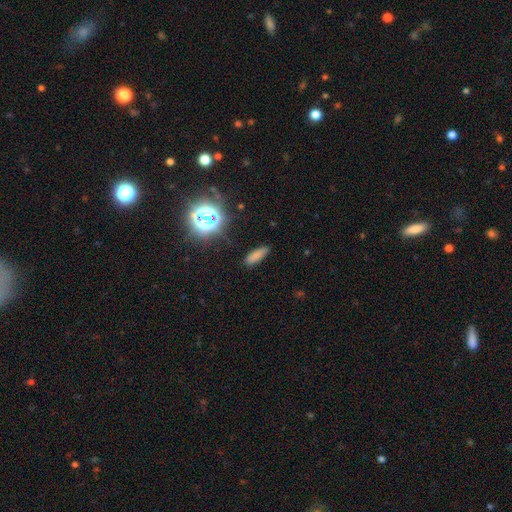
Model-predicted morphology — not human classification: smooth-or-featured: smooth: 75% | star or artifact: 18% | featured or disk: 7%
  how-rounded: in between: 51% | cigar-shaped: 45% | round: 3%
  merging: none: 82% | minor disturbance: 13% | major disturbance: 3% | merger: 2%